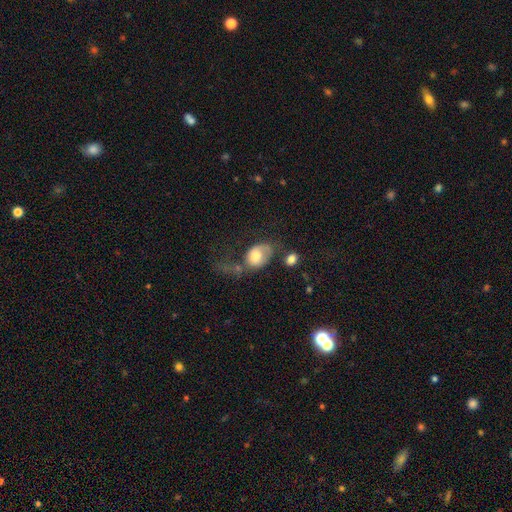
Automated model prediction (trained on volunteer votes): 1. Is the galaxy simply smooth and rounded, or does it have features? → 68% smooth, 24% featured or disk, 8% star or artifact.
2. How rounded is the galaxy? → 71% in between, 28% round, 1% cigar-shaped.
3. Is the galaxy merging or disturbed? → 39% major disturbance, 23% none, 23% minor disturbance, 15% merger.